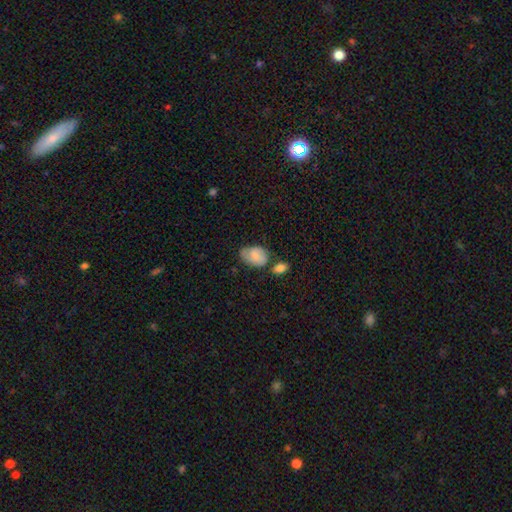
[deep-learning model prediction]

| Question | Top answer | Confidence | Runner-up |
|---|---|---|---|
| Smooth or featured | smooth | 77% | featured or disk (16%) |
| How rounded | in between | 81% | round (17%) |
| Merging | none | 49% | minor disturbance (29%) |